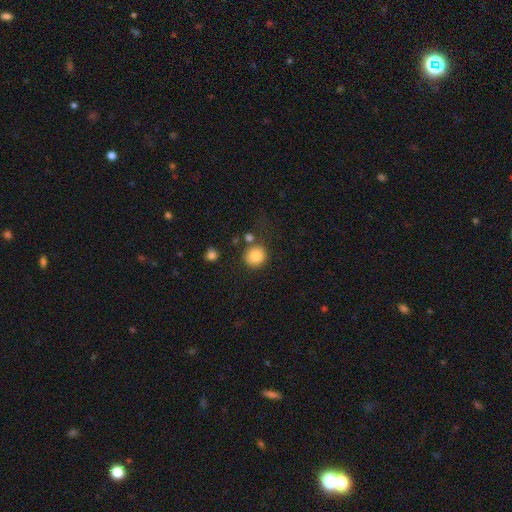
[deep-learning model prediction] Smooth or featured? smooth (85%)
How rounded? round (90%)
Merging? none (75%)